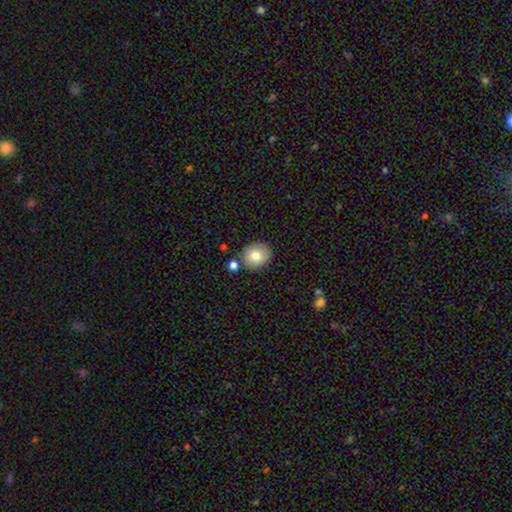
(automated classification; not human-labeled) Overall: smooth (81%). How rounded: round (82%). Merging: none (82%).